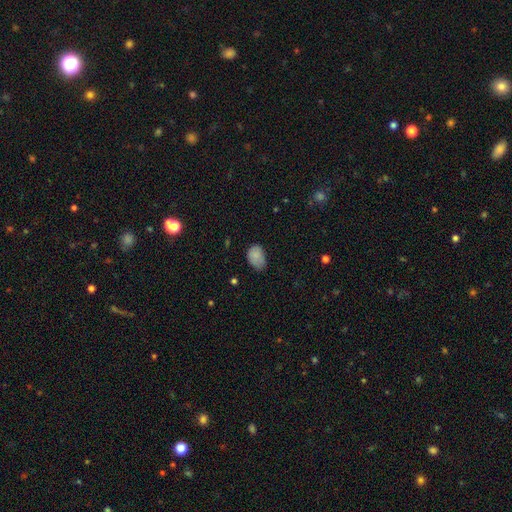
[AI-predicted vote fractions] A smooth galaxy with no disk features (85%) that is in between round and cigar-shaped (83%). Merging: none (51%).